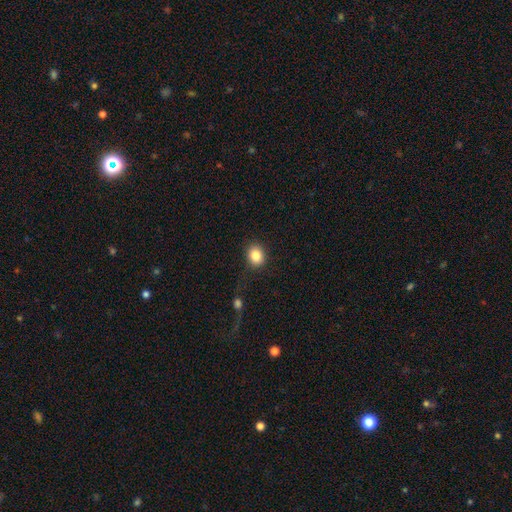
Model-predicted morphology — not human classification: A smooth galaxy with no disk features (85%) that is round (64%).

Vote fractions:
- Smooth or featured? smooth: 85% / star or artifact: 9% / featured or disk: 5%
- How rounded? round: 64% / in between: 35% / cigar-shaped: 1%
- Merging? none: 82% / minor disturbance: 11% / major disturbance: 4% / merger: 3%